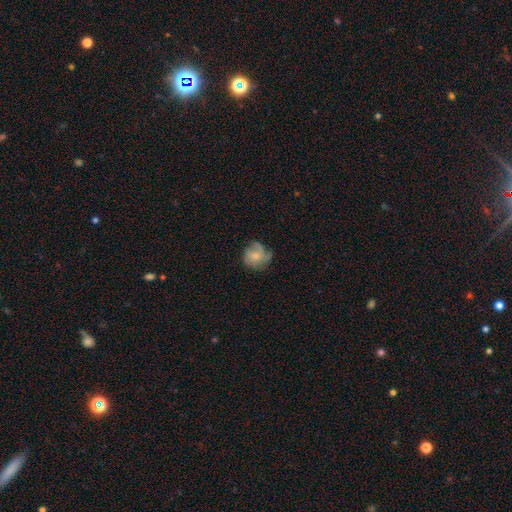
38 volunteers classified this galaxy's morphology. A smooth galaxy with no disk features (50%) that is round (89%). Merging: none (74%).